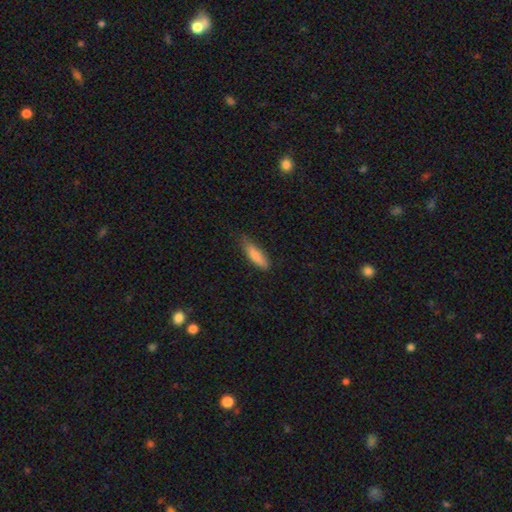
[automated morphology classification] The model was most divided on "how rounded": cigar-shaped: 57%, in between: 41%, round: 2%. More confident: smooth or featured — smooth (82%); merging — none (67%).